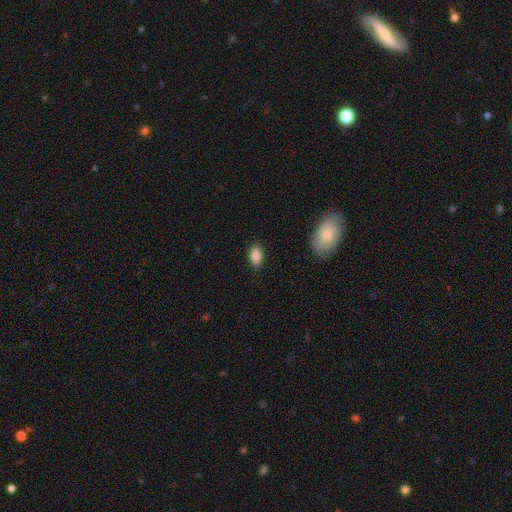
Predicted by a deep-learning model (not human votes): smooth_or_featured: smooth (p=0.86) [alt: star or artifact p=0.08]
how_rounded: in between (p=0.90) [alt: round p=0.06]
merging: none (p=0.85) [alt: minor disturbance p=0.11]